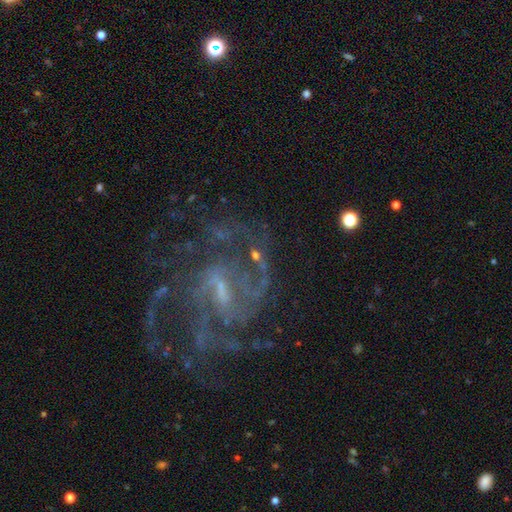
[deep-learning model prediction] featured or disk 80%, star or artifact 12%, smooth 8%. Down the decision tree: edge-on disk — no (97%); bar — weak (49%); spiral arms — yes (89%); spiral arm count — 2 (34%); spiral winding — medium (47%); bulge size — small (43%); merging — none (54%).